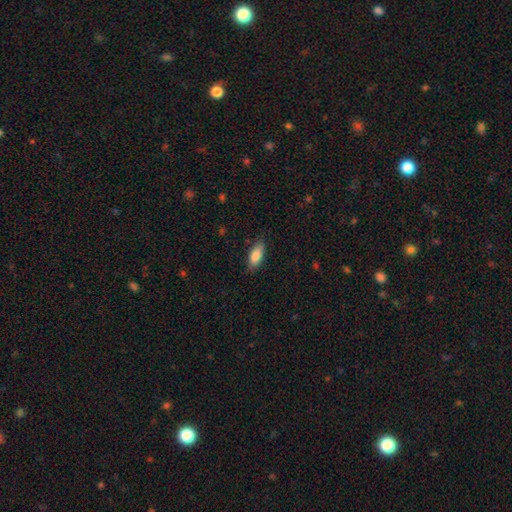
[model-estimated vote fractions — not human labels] Q: Smooth or featured?
A: smooth (82%); runner-up: featured or disk (11%)
Q: How rounded?
A: in between (78%); runner-up: cigar-shaped (19%)
Q: Merging?
A: none (82%); runner-up: minor disturbance (14%)